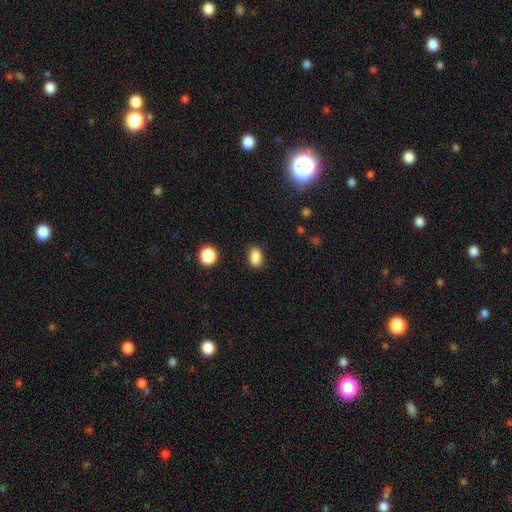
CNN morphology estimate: smooth_or_featured: smooth (p=0.86) [alt: star or artifact p=0.10]
how_rounded: in between (p=0.85) [alt: round p=0.13]
merging: none (p=0.79) [alt: minor disturbance p=0.15]